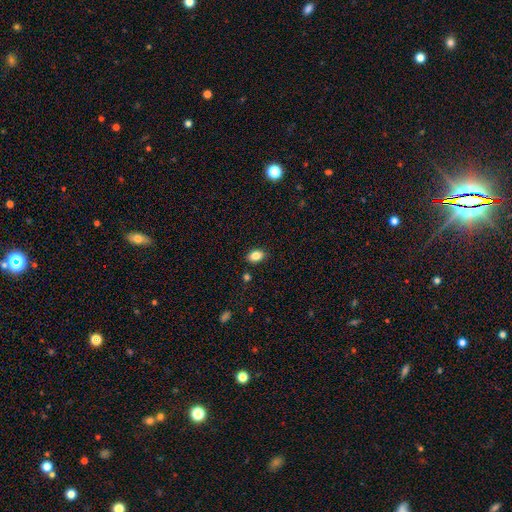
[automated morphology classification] This is clearly a smooth galaxy (84%). How rounded: clearly in between (83%). Merging: clearly none (87%).